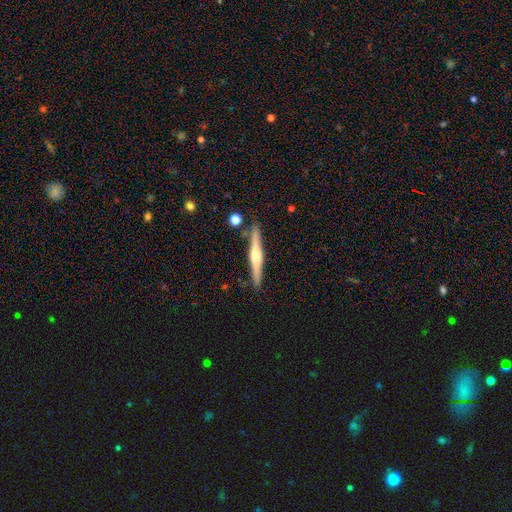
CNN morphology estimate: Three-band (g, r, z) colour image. It shows a featured or disk galaxy (65%) viewed edge-on (98%) with a rounded central bulge (77%). Merging: none (86%).